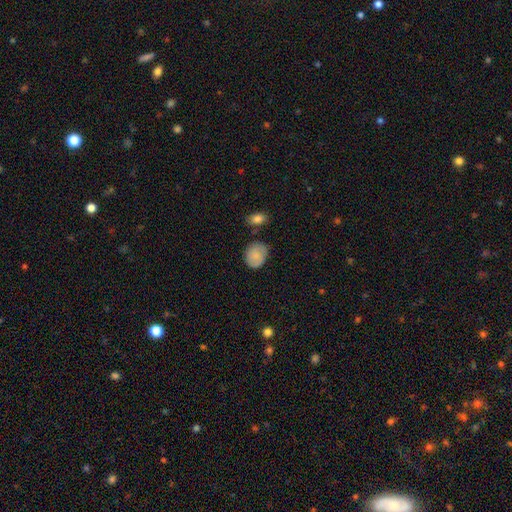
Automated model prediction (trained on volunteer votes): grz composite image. It shows a smooth galaxy with no disk features (78%) that is round (55%). Merging: none (66%).